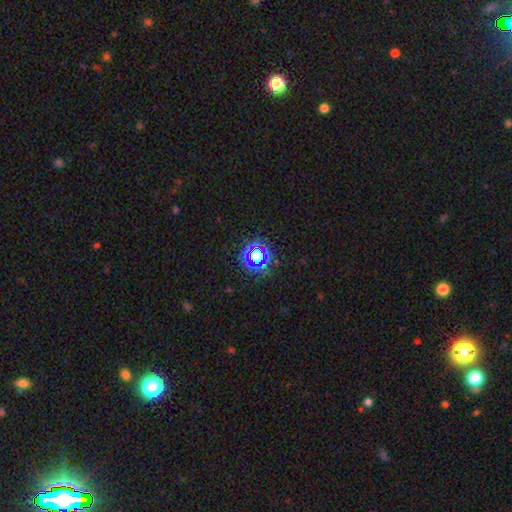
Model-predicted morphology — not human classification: type=star or artifact (66%).